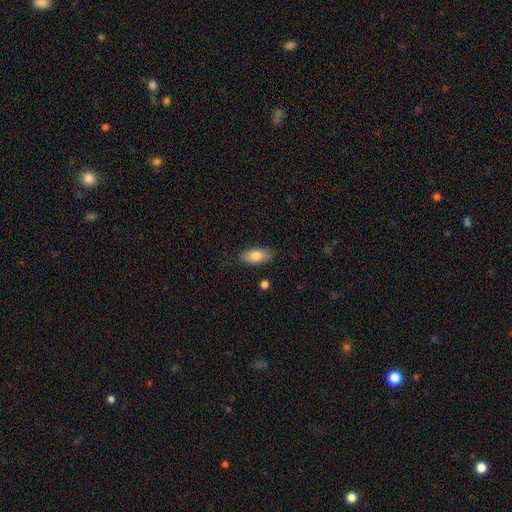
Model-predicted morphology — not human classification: Smooth or featured?
  - smooth: 81% *
  - featured or disk: 12%
  - star or artifact: 7%
How rounded?
  - in between: 86% *
  - cigar-shaped: 11%
  - round: 3%
Merging?
  - none: 84% *
  - minor disturbance: 12%
  - major disturbance: 3%
  - merger: 2%